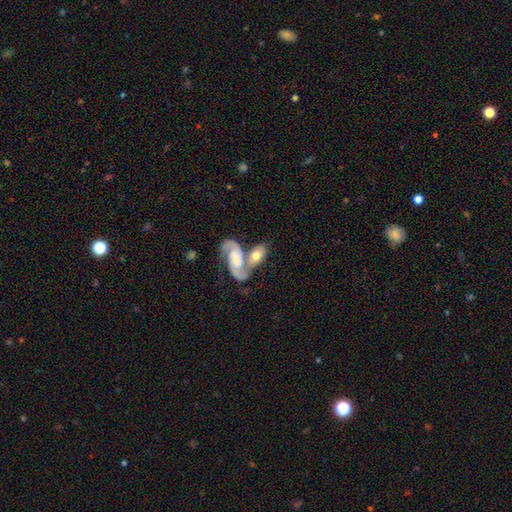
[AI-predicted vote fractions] smooth_or_featured: featured or disk (p=0.72) [alt: smooth p=0.21]
disk_edge_on: no (p=0.93) [alt: yes p=0.07]
bar: no (p=0.52) [alt: weak p=0.33]
has_spiral_arms: yes (p=0.93) [alt: no p=0.07]
spiral_winding: medium (p=0.53) [alt: loose p=0.27]
spiral_arm_count: 2 (p=0.88) [alt: 1 p=0.04]
bulge_size: moderate (p=0.34) [alt: small p=0.26]
merging: merger (p=0.51) [alt: none p=0.33]